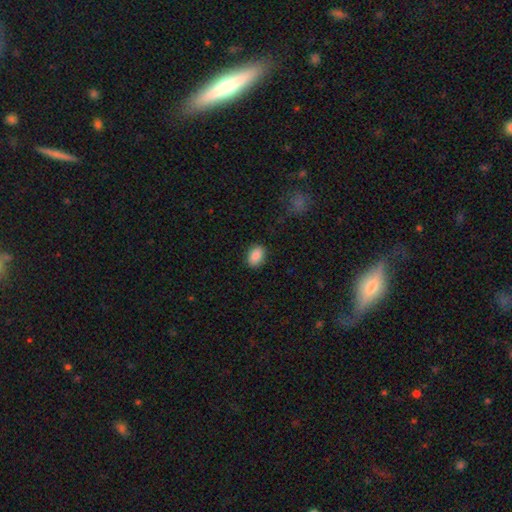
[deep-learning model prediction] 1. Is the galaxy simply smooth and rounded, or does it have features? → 86% smooth, 8% star or artifact, 6% featured or disk.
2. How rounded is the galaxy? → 80% in between, 19% round, 1% cigar-shaped.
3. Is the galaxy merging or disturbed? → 87% none, 9% minor disturbance, 2% major disturbance, 1% merger.